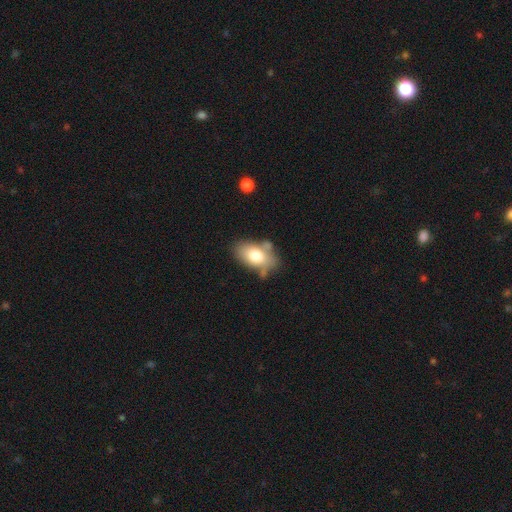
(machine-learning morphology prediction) The model was most divided on "merging": none: 55%, minor disturbance: 24%, merger: 12%, major disturbance: 9%. More confident: how rounded — in between (91%); smooth or featured — smooth (75%).